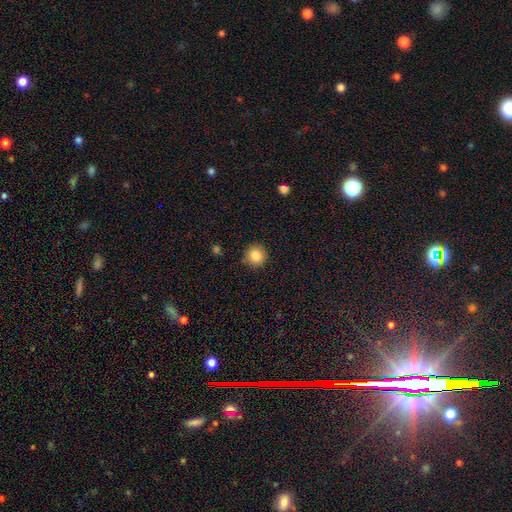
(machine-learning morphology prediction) Smooth or featured? Predicted: smooth (p=0.85). How rounded? Predicted: round (p=0.94). Merging? Predicted: none (p=0.87).